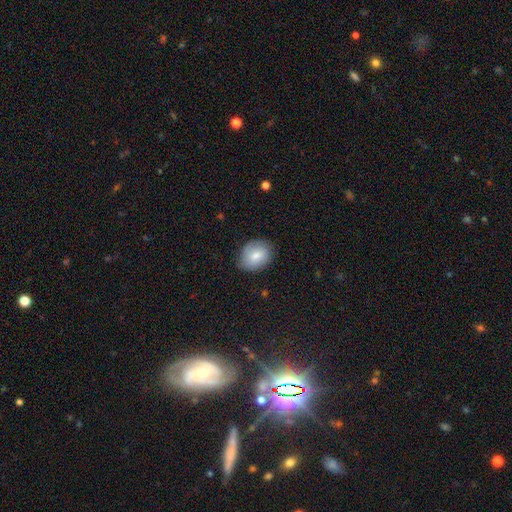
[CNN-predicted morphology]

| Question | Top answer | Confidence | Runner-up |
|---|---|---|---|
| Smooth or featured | smooth | 78% | featured or disk (15%) |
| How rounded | in between | 57% | round (42%) |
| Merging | none | 79% | minor disturbance (17%) |